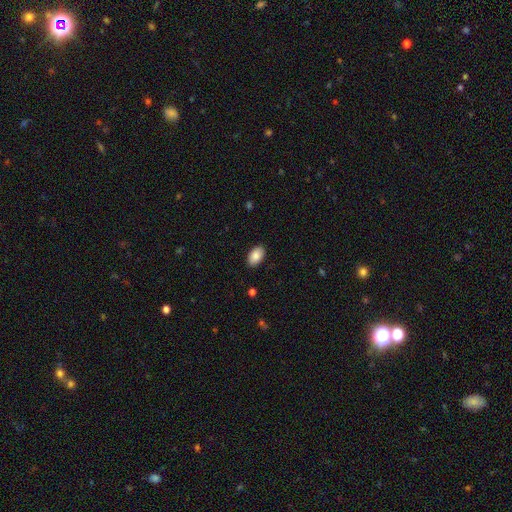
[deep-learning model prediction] Overall: smooth (87%). How rounded: in between (94%). Merging: none (89%).